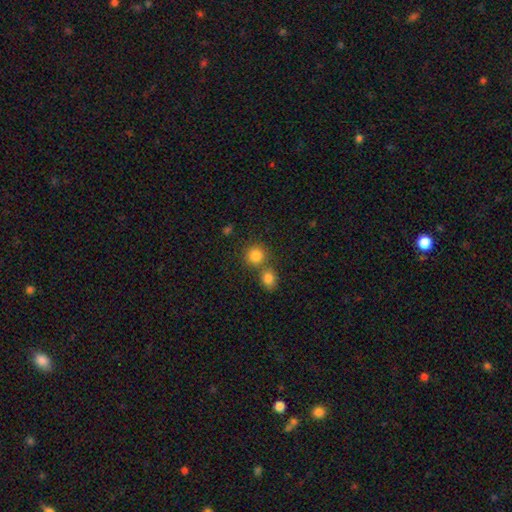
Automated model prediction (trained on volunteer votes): A smooth galaxy with no disk features (83%) that is round (88%).

Vote fractions:
- Smooth or featured? smooth: 83% / star or artifact: 11% / featured or disk: 6%
- How rounded? round: 88% / in between: 11% / cigar-shaped: 1%
- Merging? none: 59% / merger: 30% / minor disturbance: 7% / major disturbance: 3%